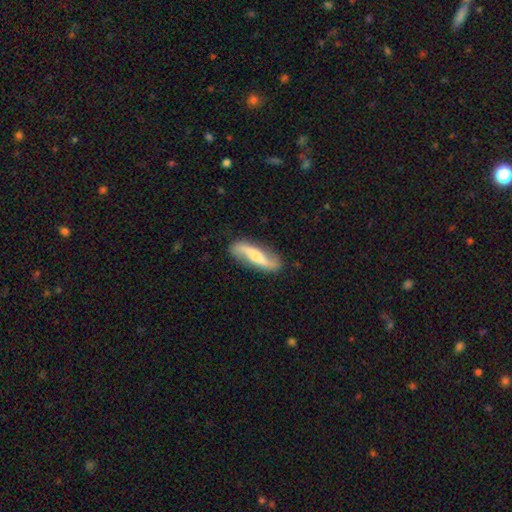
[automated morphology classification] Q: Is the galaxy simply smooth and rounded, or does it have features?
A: featured or disk — 67%.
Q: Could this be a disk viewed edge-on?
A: no — 81%.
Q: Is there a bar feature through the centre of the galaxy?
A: no — 38%.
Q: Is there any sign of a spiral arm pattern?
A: yes — 92%.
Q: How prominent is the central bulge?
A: moderate — 40%.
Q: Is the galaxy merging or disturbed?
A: none — 80%.